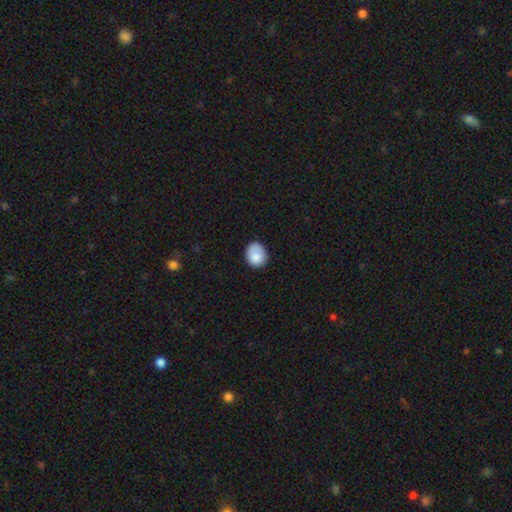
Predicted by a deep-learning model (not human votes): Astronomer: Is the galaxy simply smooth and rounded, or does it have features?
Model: smooth — 83%.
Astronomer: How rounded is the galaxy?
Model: round — 57% (runner-up: in between, 42%).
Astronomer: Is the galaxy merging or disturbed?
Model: none — 66%.